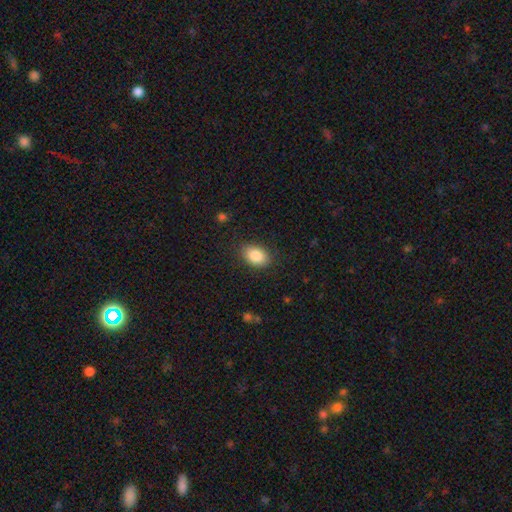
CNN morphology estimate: Q: Smooth or featured?
A: smooth (86%); runner-up: star or artifact (7%)
Q: How rounded?
A: in between (84%); runner-up: round (14%)
Q: Merging?
A: none (84%); runner-up: minor disturbance (12%)